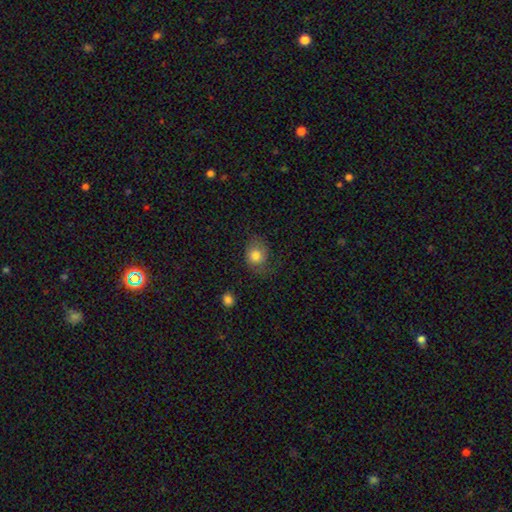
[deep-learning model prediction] smooth 79%, featured or disk 13%, star or artifact 9%. Down the decision tree: how rounded — round (64%); merging — none (54%).